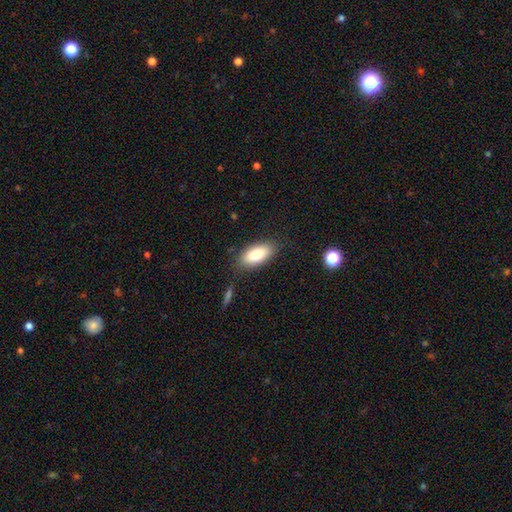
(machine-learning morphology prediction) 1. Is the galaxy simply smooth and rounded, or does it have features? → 81% smooth, 12% featured or disk, 7% star or artifact.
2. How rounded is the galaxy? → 87% in between, 10% cigar-shaped, 3% round.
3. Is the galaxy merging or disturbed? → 82% none, 12% minor disturbance, 3% major disturbance, 3% merger.